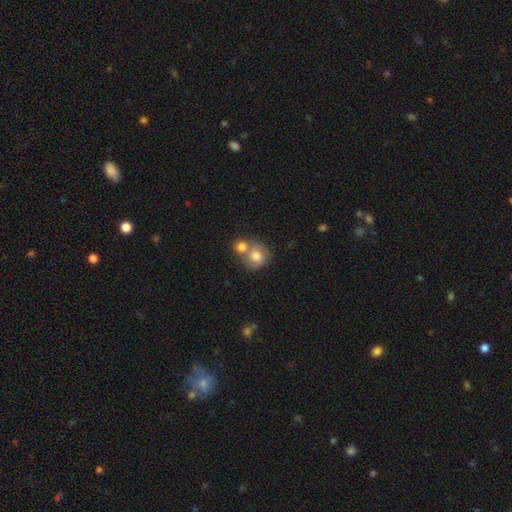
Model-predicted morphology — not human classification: Smooth or featured? smooth (76%)
How rounded? round (81%)
Merging? merger (53%)